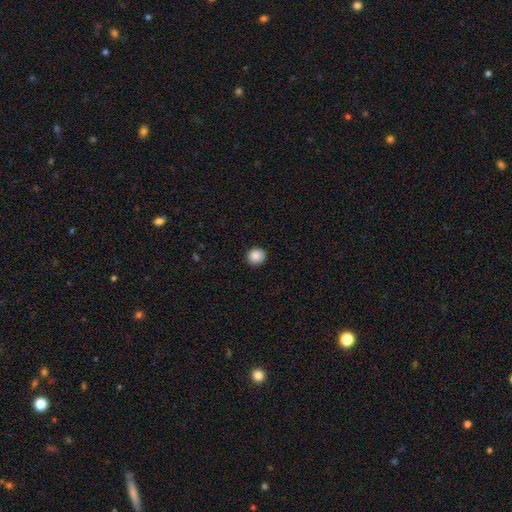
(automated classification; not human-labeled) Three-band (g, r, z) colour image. It shows a smooth galaxy with no disk features (88%) that is round (91%). Merging: none (90%).